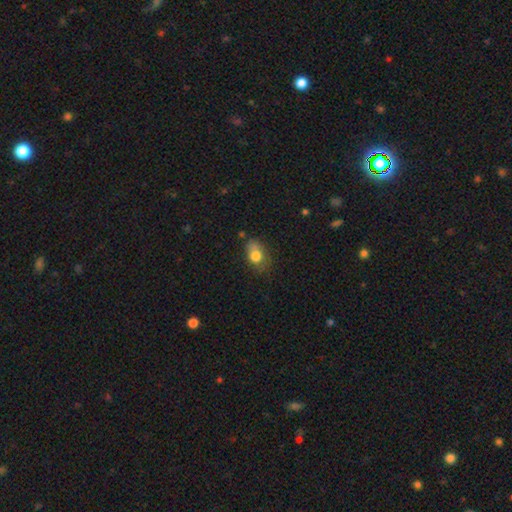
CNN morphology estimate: This is likely a smooth galaxy (77%). How rounded: likely in between (73%). Merging: possibly none (46%).